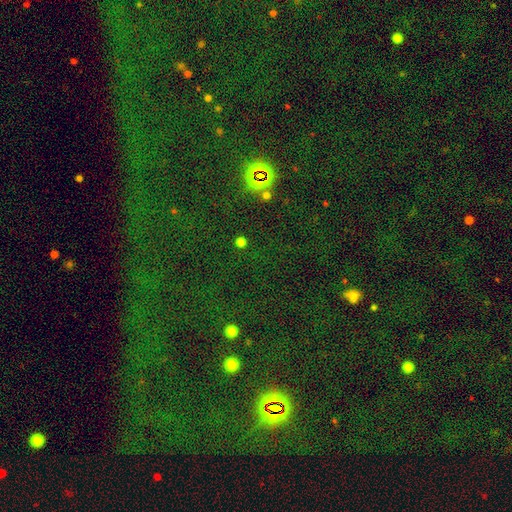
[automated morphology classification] This appears to be a star or artifact, not a galaxy (77%).